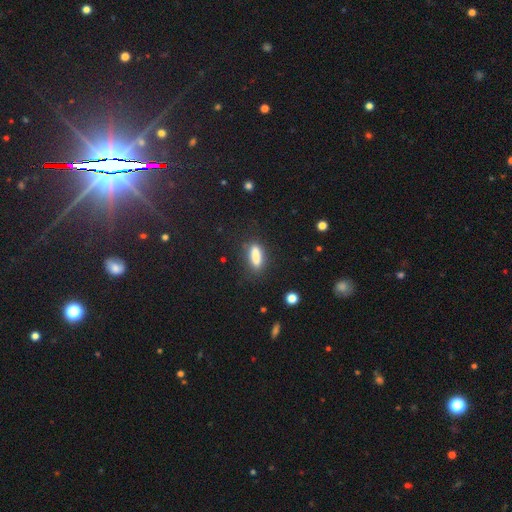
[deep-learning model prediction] Smooth or featured? Predicted: smooth (p=0.80). How rounded? Predicted: cigar-shaped (p=0.50). Merging? Predicted: none (p=0.76).